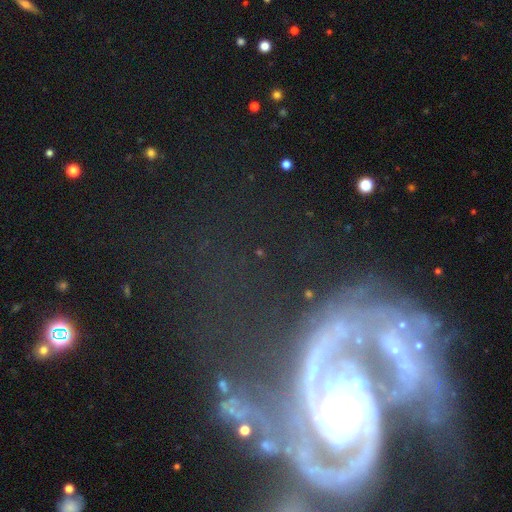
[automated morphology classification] Smooth or featured: featured or disk — 85% (star or artifact — 9%)
Edge-on disk: no — 96% (yes — 4%)
Bar: no — 49% (weak — 29%)
Spiral arms: yes — 92% (no — 8%)
Spiral winding: medium — 43% (tight — 38%)
Spiral arm count: 2 — 68% (can't tell — 10%)
Bulge size: moderate — 46% (small — 39%)
Merging: merger — 32% (none — 28%)